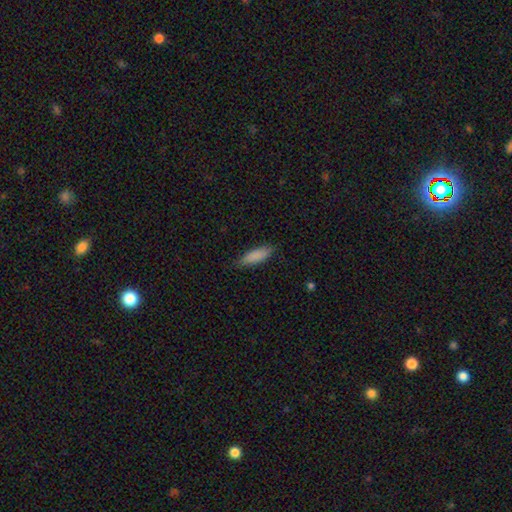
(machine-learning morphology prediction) Smooth or featured?
  - smooth: 86% *
  - featured or disk: 7%
  - star or artifact: 6%
How rounded?
  - cigar-shaped: 53% *
  - in between: 45%
  - round: 2%
Merging?
  - none: 83% *
  - minor disturbance: 13%
  - major disturbance: 2%
  - merger: 1%